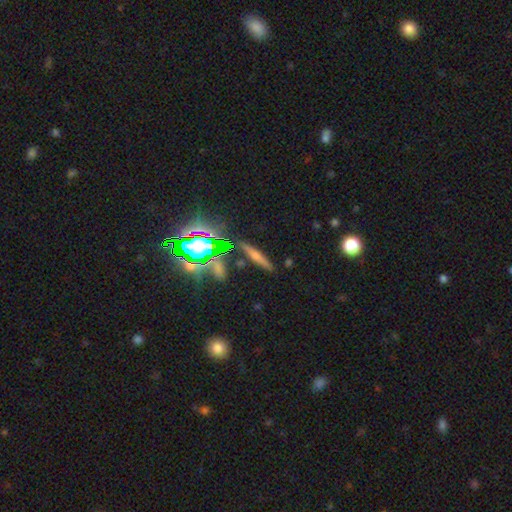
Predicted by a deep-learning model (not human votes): Q: Smooth or featured?
A: smooth (44%); runner-up: featured or disk (37%)
Q: Merging?
A: none (84%); runner-up: minor disturbance (10%)